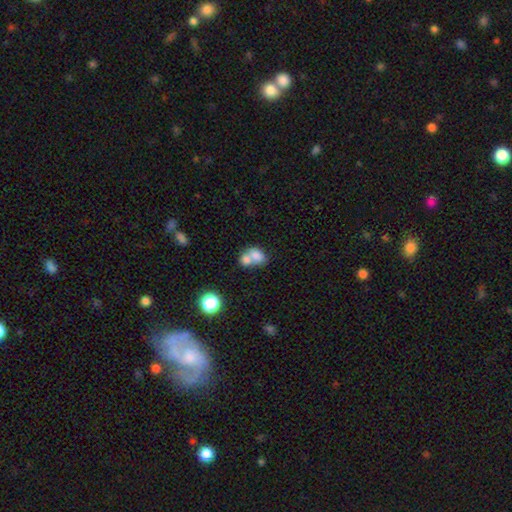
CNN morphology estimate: Smooth or featured? Predicted: smooth (p=0.75). How rounded? Predicted: in between (p=0.63). Merging? Predicted: merger (p=0.70).